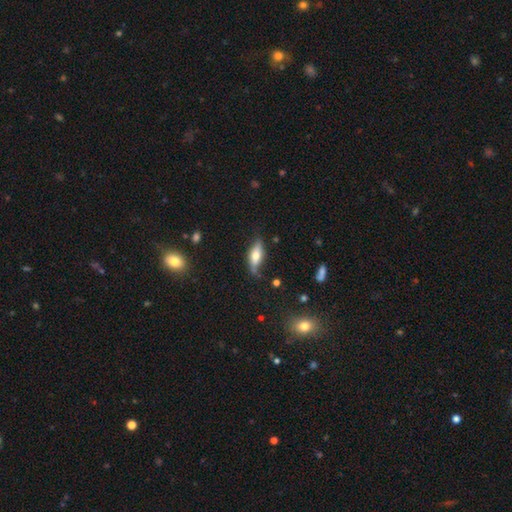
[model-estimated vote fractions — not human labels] A smooth galaxy with no disk features (49%). Merging: none (70%).